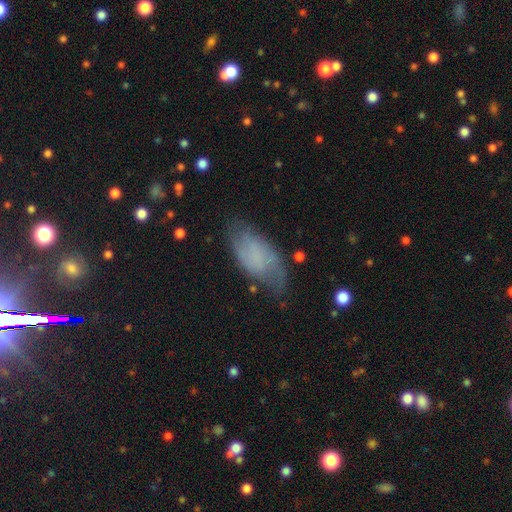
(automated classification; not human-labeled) This is possibly a smooth galaxy (51%). How rounded: clearly in between (91%). Merging: possibly none (57%).